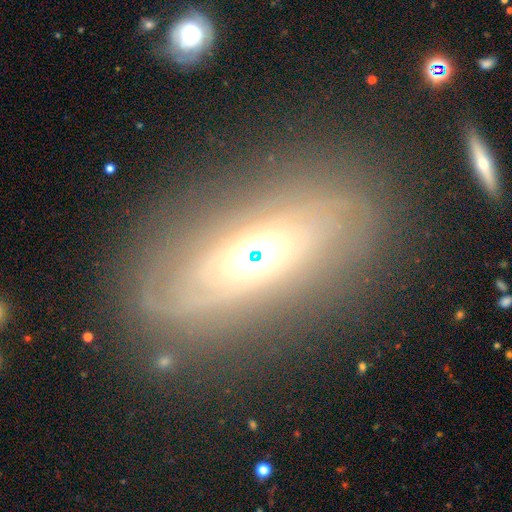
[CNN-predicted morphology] type=featured or disk (55%); edge-on=no (63%); merging=none (75%).